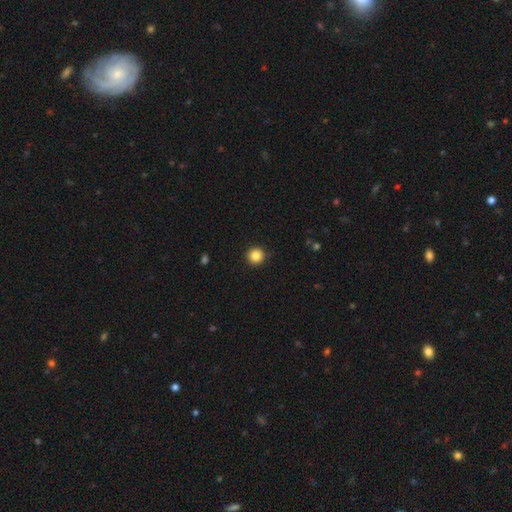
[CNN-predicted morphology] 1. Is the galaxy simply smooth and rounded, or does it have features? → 85% smooth, 11% star or artifact, 4% featured or disk.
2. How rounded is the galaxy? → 95% round, 4% in between, 1% cigar-shaped.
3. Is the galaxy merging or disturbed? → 91% none, 6% minor disturbance, 2% major disturbance, 1% merger.